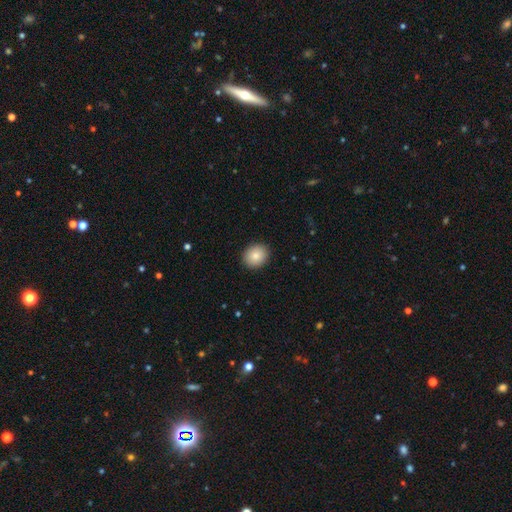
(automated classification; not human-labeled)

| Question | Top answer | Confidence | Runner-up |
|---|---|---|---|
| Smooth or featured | smooth | 85% | star or artifact (8%) |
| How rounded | round | 69% | in between (30%) |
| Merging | none | 91% | minor disturbance (6%) |